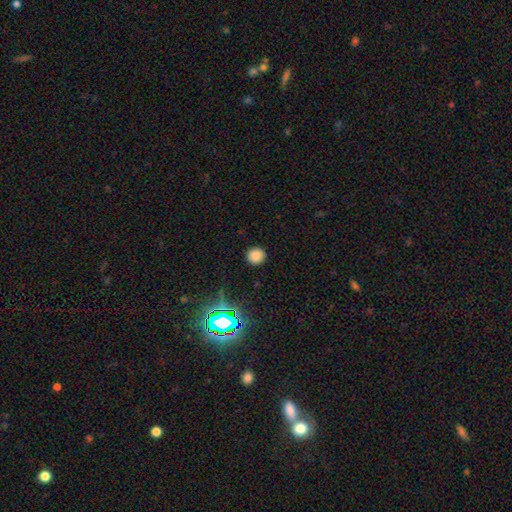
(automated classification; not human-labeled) smooth-or-featured: smooth: 79% | star or artifact: 17% | featured or disk: 5%
  how-rounded: round: 92% | in between: 7% | cigar-shaped: 1%
  merging: none: 90% | minor disturbance: 7% | major disturbance: 2% | merger: 1%